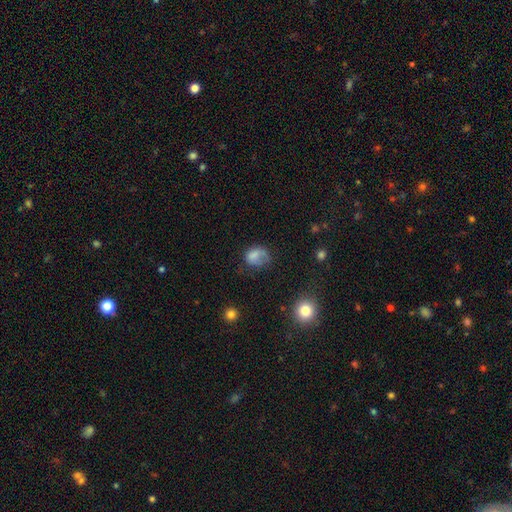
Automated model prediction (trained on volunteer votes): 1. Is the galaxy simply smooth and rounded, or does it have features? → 70% smooth, 18% featured or disk, 12% star or artifact.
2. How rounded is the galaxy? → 53% in between, 46% round, 1% cigar-shaped.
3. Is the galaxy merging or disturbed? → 37% none, 29% major disturbance, 28% minor disturbance, 5% merger.